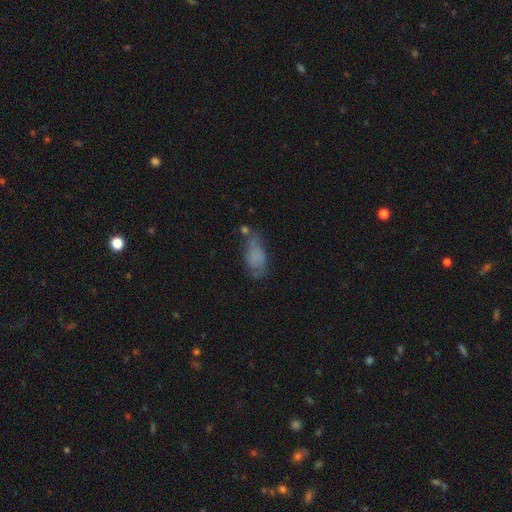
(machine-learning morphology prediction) type=smooth (65%); roundness=in between (83%); merging=none (38%).